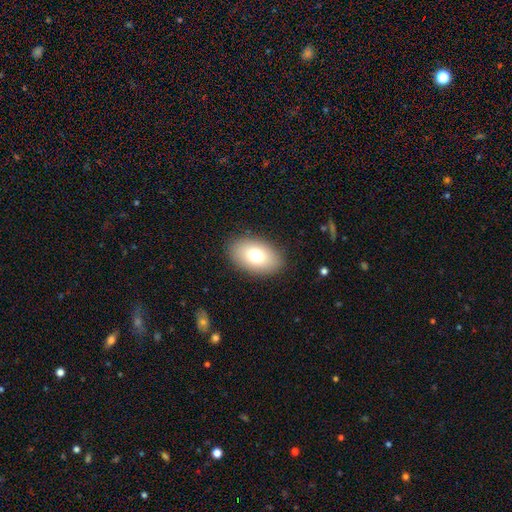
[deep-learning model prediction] This is likely a smooth galaxy (75%). How rounded: clearly in between (89%). Merging: clearly none (88%).